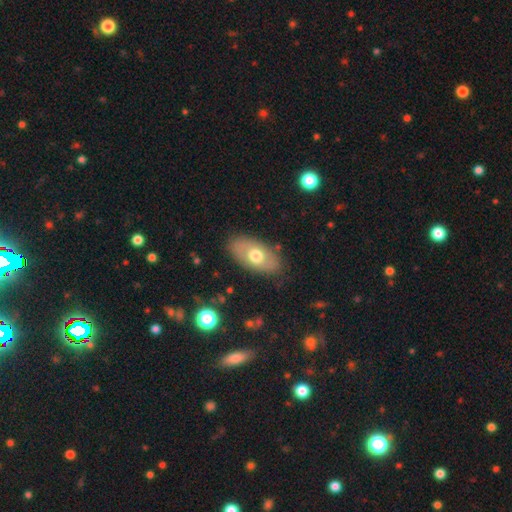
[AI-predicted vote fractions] A smooth galaxy with no disk features (60%) that is in between round and cigar-shaped (92%). Merging: none (81%).